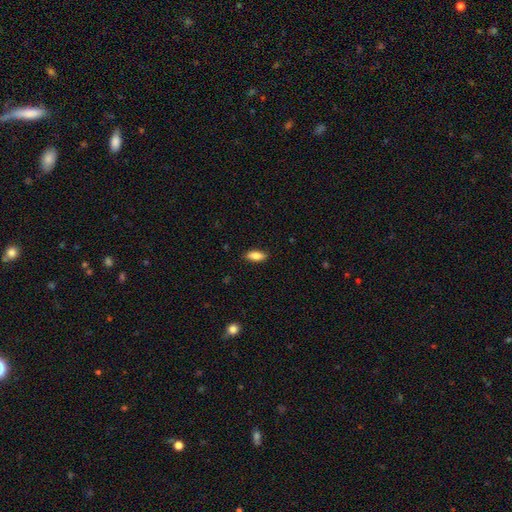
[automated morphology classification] The model was most divided on "how rounded": in between: 84%, cigar-shaped: 14%, round: 2%. More confident: merging — none (88%); smooth or featured — smooth (86%).